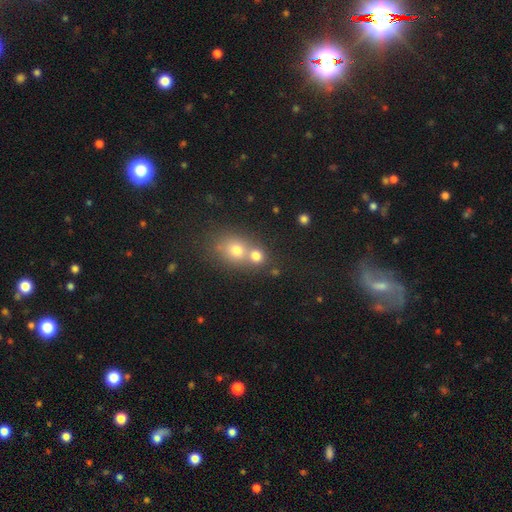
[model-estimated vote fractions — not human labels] Q: Smooth or featured?
A: smooth (73%); runner-up: star or artifact (14%)
Q: How rounded?
A: round (73%); runner-up: in between (26%)
Q: Merging?
A: merger (55%); runner-up: none (36%)